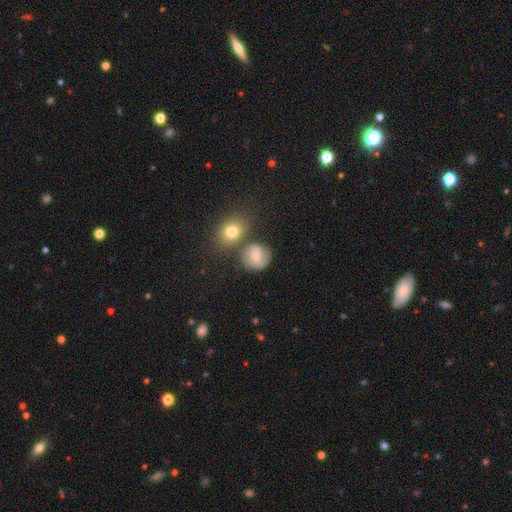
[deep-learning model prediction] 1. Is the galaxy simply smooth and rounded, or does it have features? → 66% smooth, 23% featured or disk, 11% star or artifact.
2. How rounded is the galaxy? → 82% round, 17% in between, 1% cigar-shaped.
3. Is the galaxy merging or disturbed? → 61% none, 17% merger, 16% minor disturbance, 6% major disturbance.